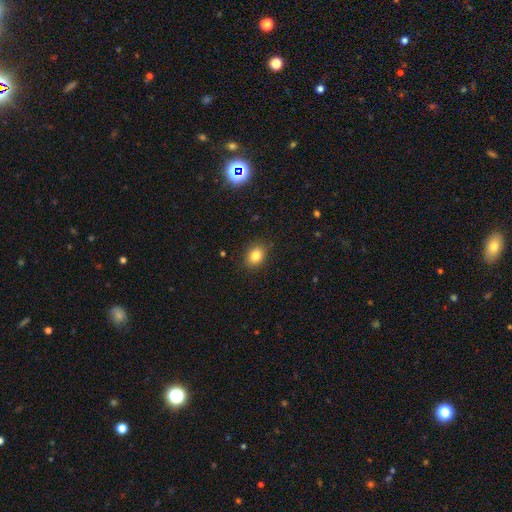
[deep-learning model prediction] smooth_or_featured: smooth (p=0.83) [alt: star or artifact p=0.11]
how_rounded: in between (p=0.57) [alt: round p=0.42]
merging: none (p=0.86) [alt: minor disturbance p=0.11]